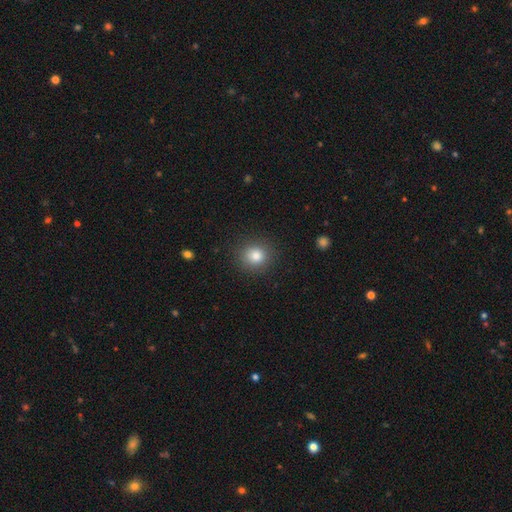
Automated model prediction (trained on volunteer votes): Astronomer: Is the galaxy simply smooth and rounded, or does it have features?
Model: smooth — 82%.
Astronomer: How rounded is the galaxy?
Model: round — 87%.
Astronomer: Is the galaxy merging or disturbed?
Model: none — 88%.